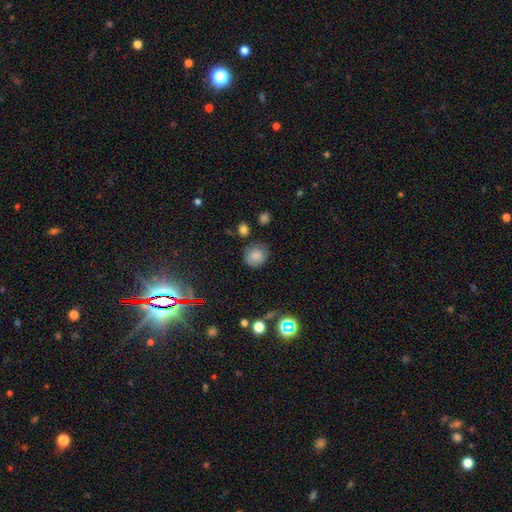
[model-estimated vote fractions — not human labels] A smooth galaxy with no disk features (78%) that is round (84%).

Vote fractions:
- Smooth or featured? smooth: 78% / star or artifact: 11% / featured or disk: 11%
- How rounded? round: 84% / in between: 15% / cigar-shaped: 1%
- Merging? none: 77% / minor disturbance: 15% / major disturbance: 4% / merger: 3%